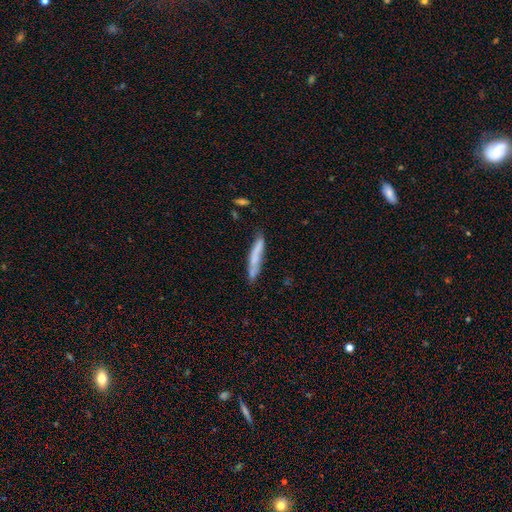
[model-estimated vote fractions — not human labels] The model was most divided on "smooth or featured": smooth: 62%, featured or disk: 31%, star or artifact: 7%. More confident: how rounded — cigar-shaped (92%); merging — none (70%).